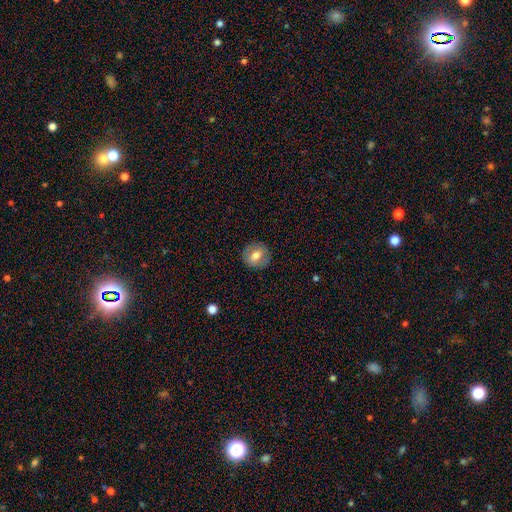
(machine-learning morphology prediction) Smooth or featured?
  - smooth: 63% *
  - featured or disk: 29%
  - star or artifact: 8%
How rounded?
  - round: 79% *
  - in between: 20%
  - cigar-shaped: 1%
Merging?
  - none: 86% *
  - minor disturbance: 9%
  - major disturbance: 3%
  - merger: 1%